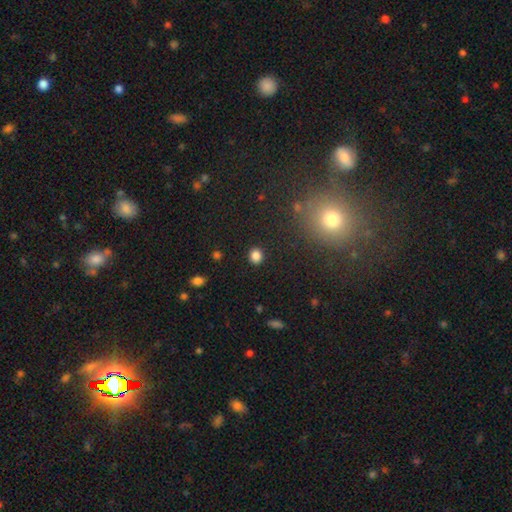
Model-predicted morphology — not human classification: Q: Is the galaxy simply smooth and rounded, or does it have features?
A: smooth — 84%.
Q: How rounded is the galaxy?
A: round — 74%.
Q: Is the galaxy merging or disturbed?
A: none — 89%.